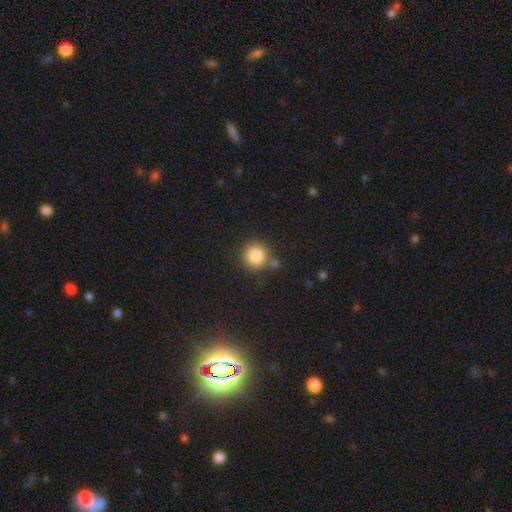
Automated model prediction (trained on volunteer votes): Smooth or featured? smooth (85%)
How rounded? round (93%)
Merging? none (75%)